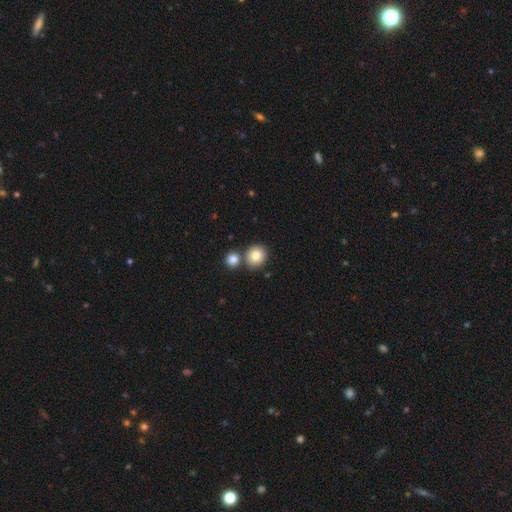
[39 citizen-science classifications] Smooth or featured? smooth (87%)
How rounded? round (76%)
Merging? none (78%)